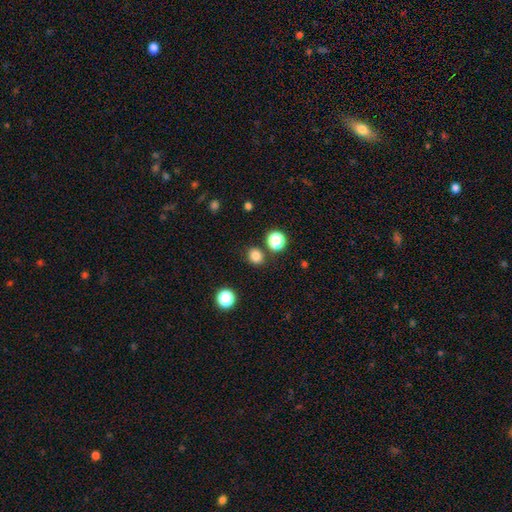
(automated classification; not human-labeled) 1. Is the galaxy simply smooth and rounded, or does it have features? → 81% smooth, 14% star or artifact, 4% featured or disk.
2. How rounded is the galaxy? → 73% round, 26% in between, 1% cigar-shaped.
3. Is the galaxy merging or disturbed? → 83% none, 9% minor disturbance, 5% merger, 3% major disturbance.